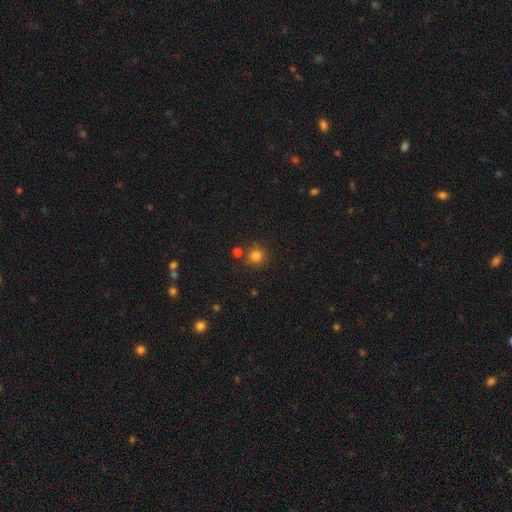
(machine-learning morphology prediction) smooth 81%, star or artifact 14%, featured or disk 6%. Down the decision tree: how rounded — round (91%); merging — none (75%).